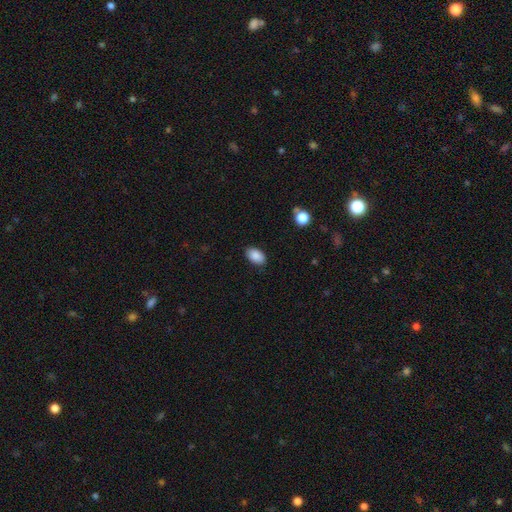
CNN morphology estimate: Q: Smooth or featured?
A: smooth (89%); runner-up: star or artifact (8%)
Q: How rounded?
A: in between (92%); runner-up: round (7%)
Q: Merging?
A: none (87%); runner-up: minor disturbance (10%)